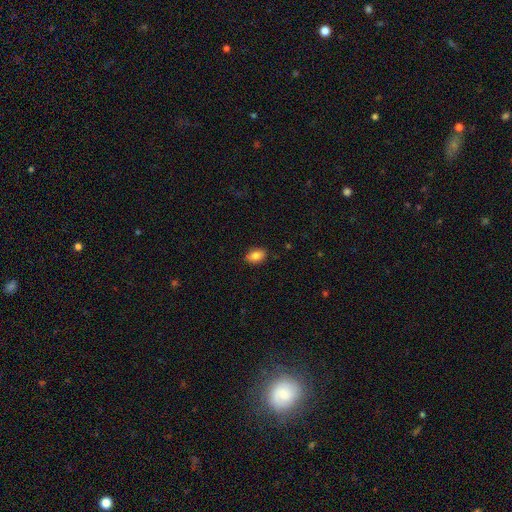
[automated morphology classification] This appears to be a smooth galaxy with no disk features (82%) that is in between round and cigar-shaped (82%). Merging: none (87%).